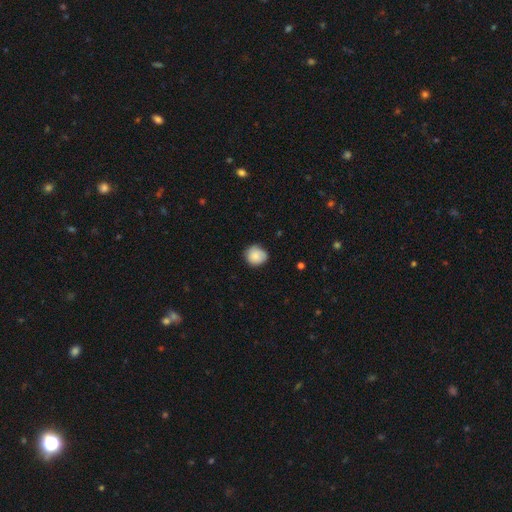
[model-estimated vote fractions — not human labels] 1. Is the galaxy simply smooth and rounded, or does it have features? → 84% smooth, 8% featured or disk, 8% star or artifact.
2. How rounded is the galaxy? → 84% round, 15% in between, 1% cigar-shaped.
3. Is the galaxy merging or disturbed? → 77% none, 19% minor disturbance, 3% major disturbance, 1% merger.